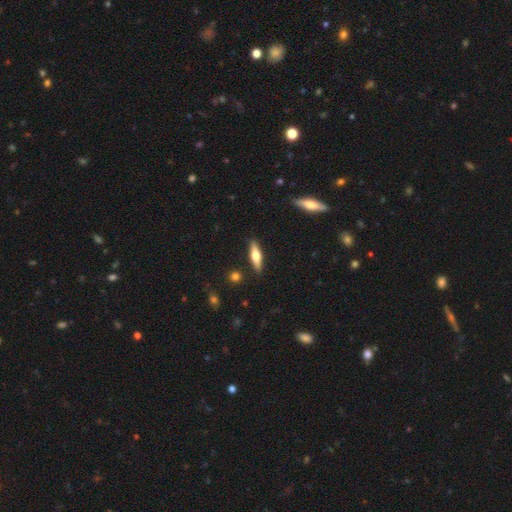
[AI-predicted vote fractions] This is possibly a smooth galaxy (48%). Merging: clearly none (89%).